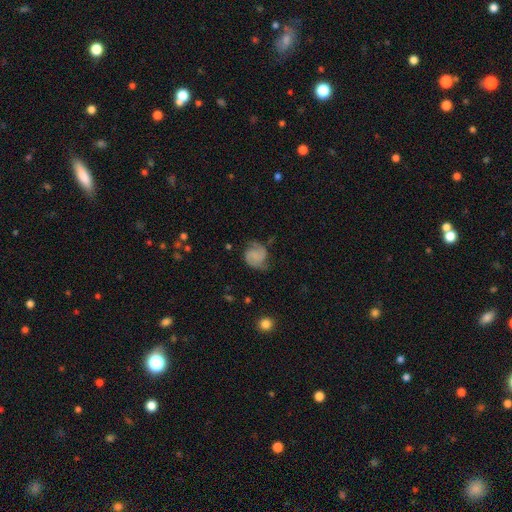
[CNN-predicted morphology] Overall: featured or disk (73%). Edge-on disk: no (98%). Bar: no (60%; weak 33%). Spiral arms: yes (96%). Spiral arm count: 2 (88%). Spiral winding: medium (48%; tight 32%). Bulge size: none (56%; small 30%). Merging: none (70%).